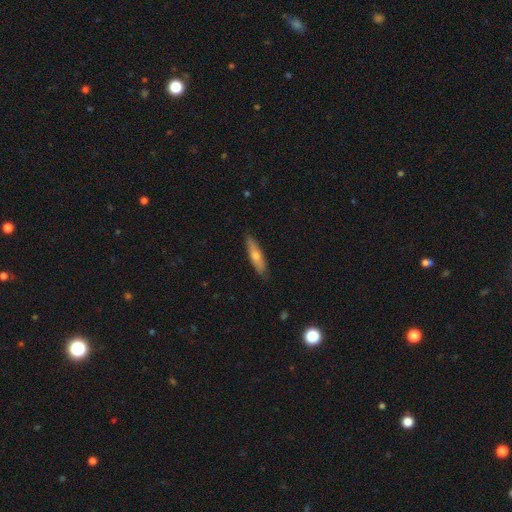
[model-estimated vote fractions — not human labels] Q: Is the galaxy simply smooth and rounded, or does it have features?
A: smooth — 56%.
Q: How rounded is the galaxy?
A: cigar-shaped — 79%.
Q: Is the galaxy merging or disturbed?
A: none — 87%.